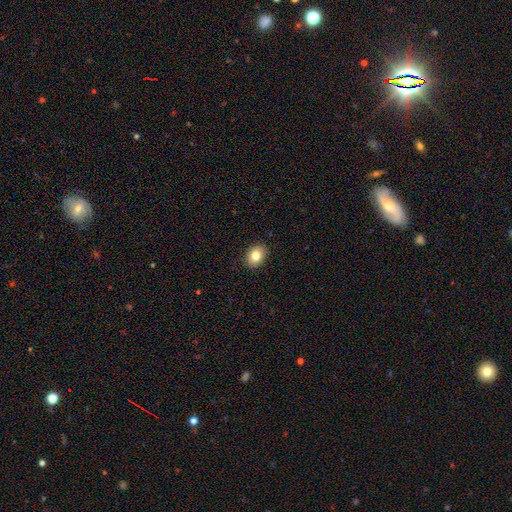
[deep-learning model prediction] Q: Smooth or featured?
A: smooth (82%); runner-up: featured or disk (9%)
Q: How rounded?
A: in between (67%); runner-up: round (32%)
Q: Merging?
A: none (89%); runner-up: minor disturbance (8%)